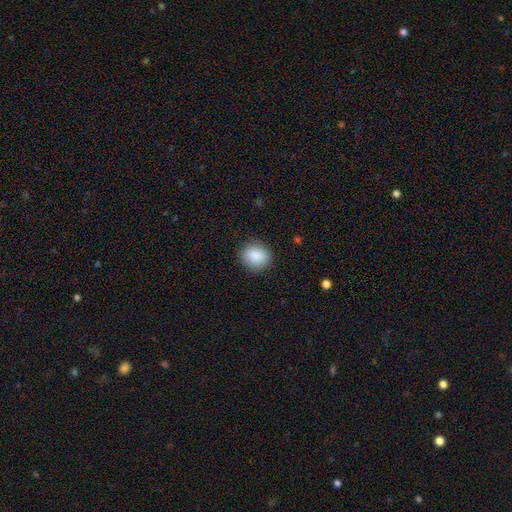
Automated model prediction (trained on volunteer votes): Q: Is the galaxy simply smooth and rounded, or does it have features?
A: smooth — 88%.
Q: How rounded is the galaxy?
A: round — 68%.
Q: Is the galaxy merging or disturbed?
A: none — 87%.